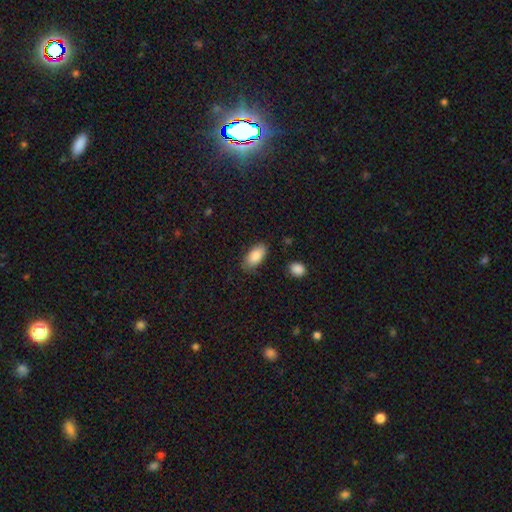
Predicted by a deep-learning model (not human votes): Q: Smooth or featured?
A: smooth (87%); runner-up: star or artifact (6%)
Q: How rounded?
A: in between (92%); runner-up: cigar-shaped (6%)
Q: Merging?
A: none (82%); runner-up: minor disturbance (13%)